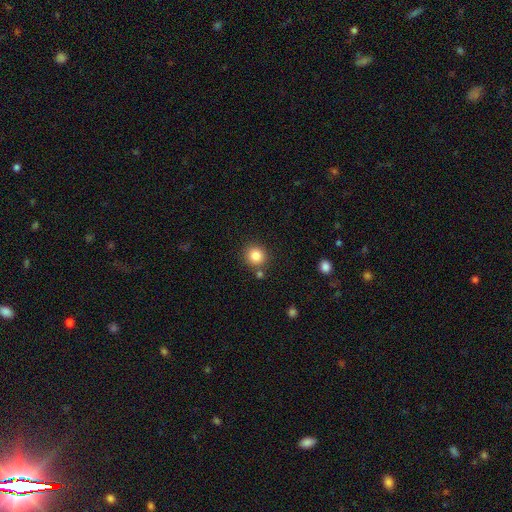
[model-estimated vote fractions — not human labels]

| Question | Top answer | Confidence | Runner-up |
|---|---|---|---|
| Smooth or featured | smooth | 84% | star or artifact (10%) |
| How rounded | round | 91% | in between (8%) |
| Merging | none | 82% | minor disturbance (8%) |